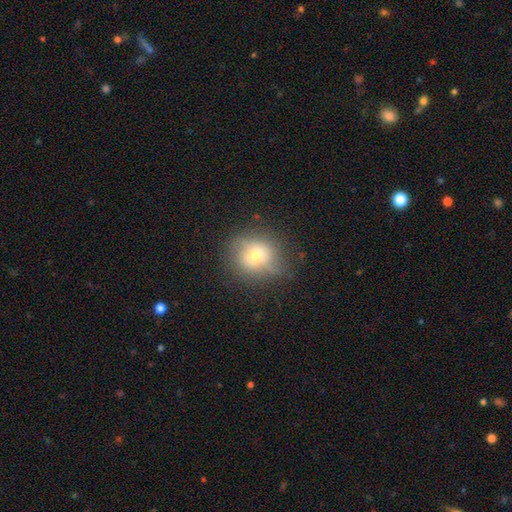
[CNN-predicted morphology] A smooth galaxy with no disk features (60%) that is round (82%).

Vote fractions:
- Smooth or featured? smooth: 60% / featured or disk: 25% / star or artifact: 14%
- How rounded? round: 82% / in between: 16% / cigar-shaped: 1%
- Merging? none: 73% / minor disturbance: 19% / major disturbance: 6% / merger: 2%